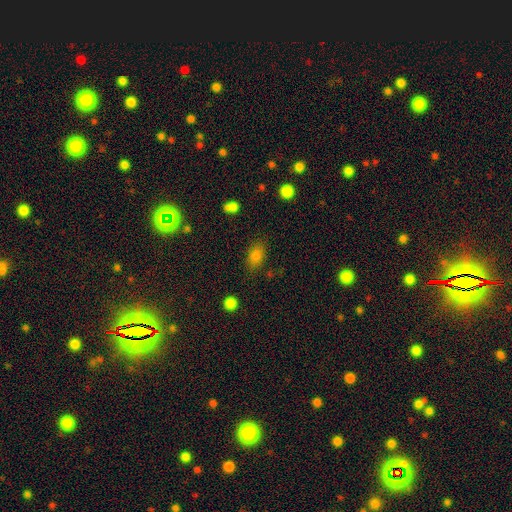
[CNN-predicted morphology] Smooth or featured?
  - smooth: 81% *
  - star or artifact: 11%
  - featured or disk: 8%
How rounded?
  - in between: 84% *
  - round: 13%
  - cigar-shaped: 3%
Merging?
  - none: 80% *
  - minor disturbance: 14%
  - major disturbance: 4%
  - merger: 2%